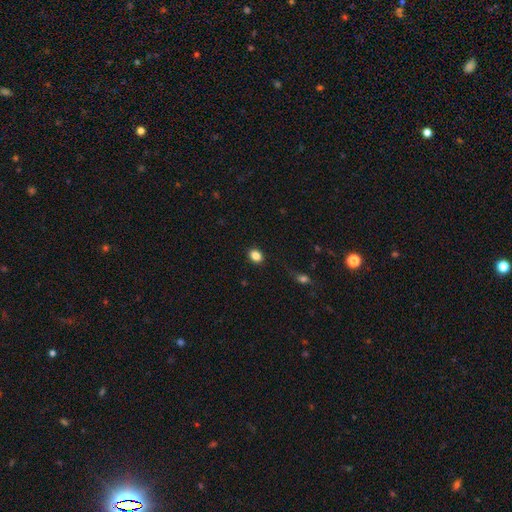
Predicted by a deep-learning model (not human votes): The model was most divided on "how rounded": in between: 55%, round: 44%, cigar-shaped: 1%. More confident: merging — none (88%); smooth or featured — smooth (85%).